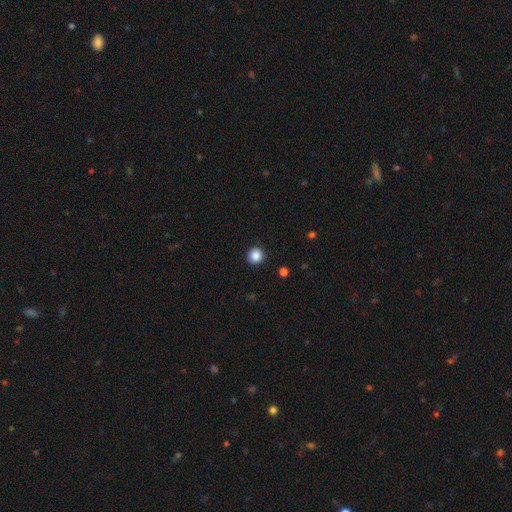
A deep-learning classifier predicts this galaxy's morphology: A smooth galaxy with no disk features (86%) that is round (95%). Merging: none (93%).